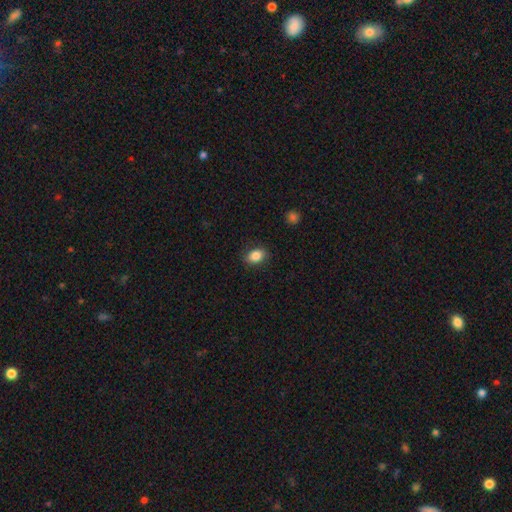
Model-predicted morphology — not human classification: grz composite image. It shows a smooth galaxy with no disk features (86%) that is in between round and cigar-shaped (74%). Merging: none (86%).